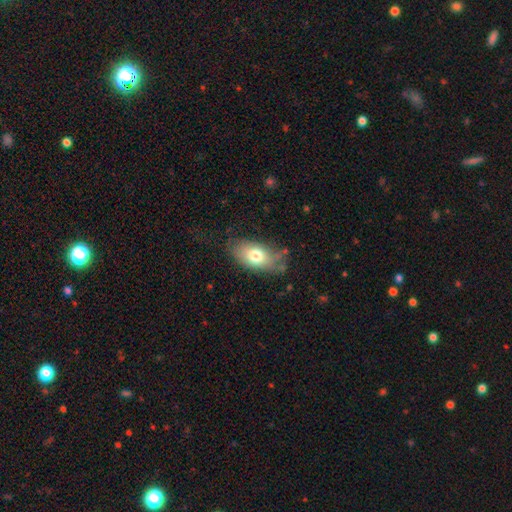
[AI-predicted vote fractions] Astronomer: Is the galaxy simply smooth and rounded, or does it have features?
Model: smooth — 73%.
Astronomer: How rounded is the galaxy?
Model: in between — 89%.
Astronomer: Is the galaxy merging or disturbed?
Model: none — 62%.